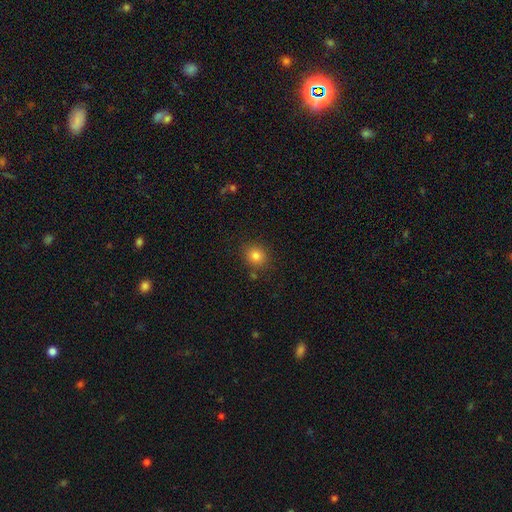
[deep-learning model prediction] This appears to be a smooth galaxy with no disk features (82%) that is round (79%). Merging: none (84%).